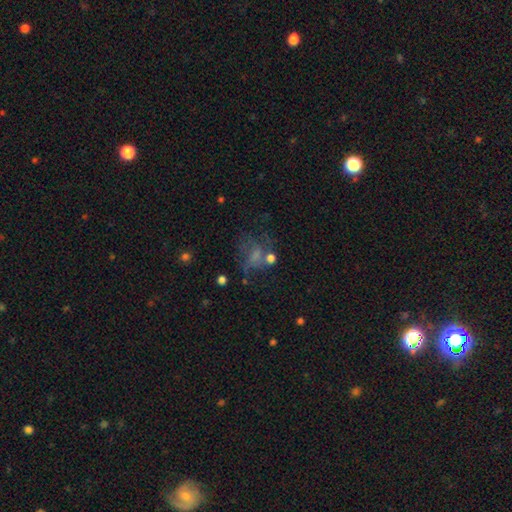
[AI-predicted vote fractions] Q: Smooth or featured?
A: featured or disk (40%); runner-up: smooth (38%)
Q: Merging?
A: major disturbance (36%); runner-up: none (34%)